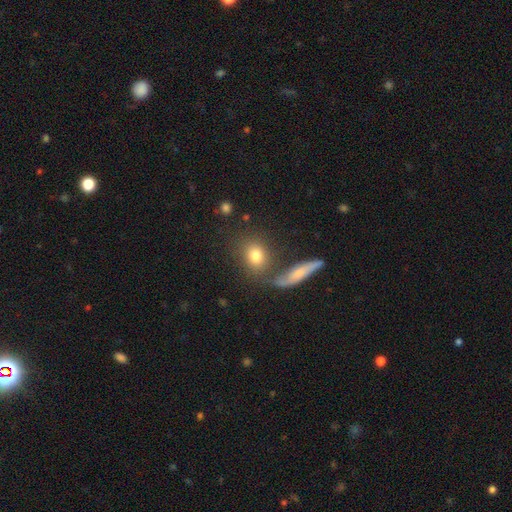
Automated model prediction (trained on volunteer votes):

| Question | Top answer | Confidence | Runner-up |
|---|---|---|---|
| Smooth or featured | smooth | 77% | featured or disk (13%) |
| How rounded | round | 60% | in between (35%) |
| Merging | none | 67% | merger (17%) |